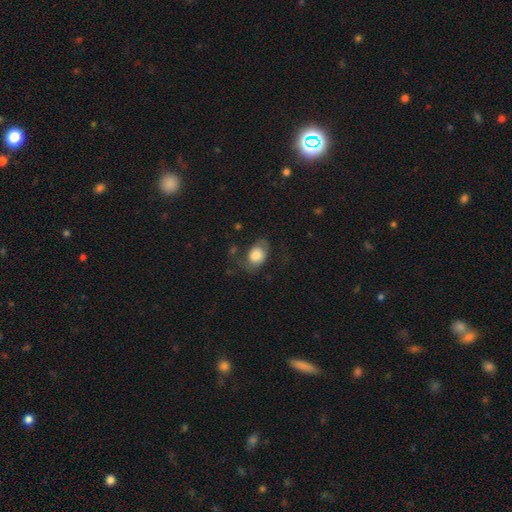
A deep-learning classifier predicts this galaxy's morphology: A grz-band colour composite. It shows a smooth galaxy with no disk features (71%) that is in between round and cigar-shaped (65%). Merging: none (50%).